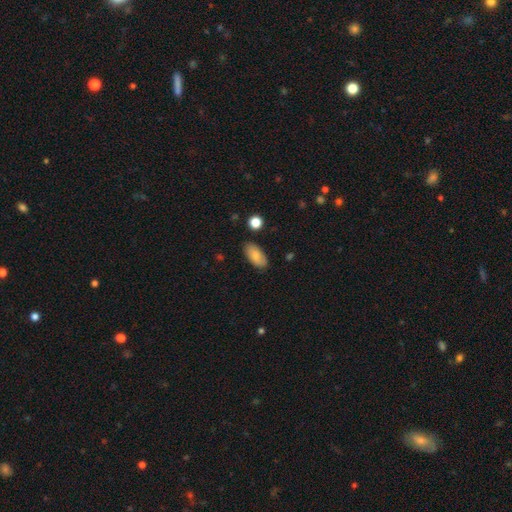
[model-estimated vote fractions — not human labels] Smooth or featured: smooth — 78% (featured or disk — 15%)
How rounded: in between — 93% (cigar-shaped — 4%)
Merging: none — 83% (minor disturbance — 13%)